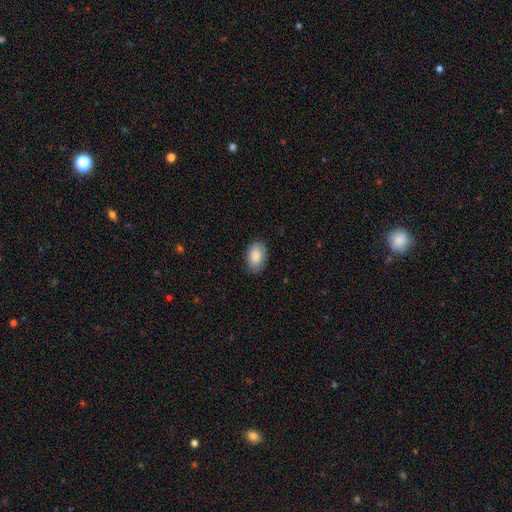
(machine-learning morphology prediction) This appears to be a smooth galaxy with no disk features (87%) that is in between round and cigar-shaped (91%). Merging: none (85%).